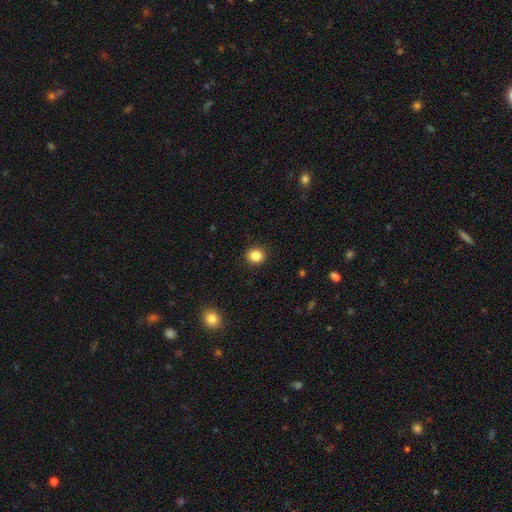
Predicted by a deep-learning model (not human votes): Overall: smooth (85%). How rounded: round (80%). Merging: none (92%).